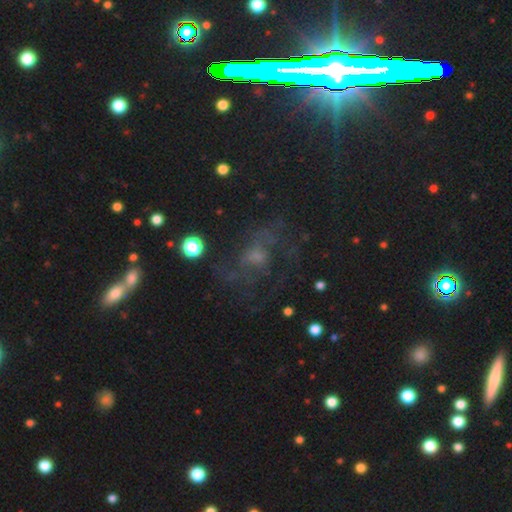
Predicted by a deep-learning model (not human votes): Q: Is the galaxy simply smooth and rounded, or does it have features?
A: featured or disk — 46%.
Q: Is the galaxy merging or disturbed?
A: none — 50%.